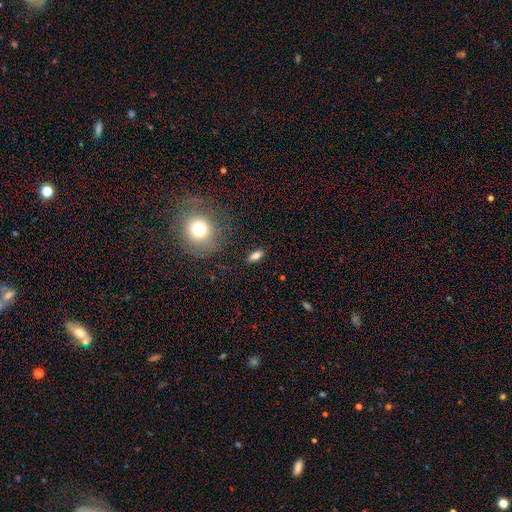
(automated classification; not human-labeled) Q: Smooth or featured?
A: smooth (79%); runner-up: star or artifact (11%)
Q: How rounded?
A: in between (74%); runner-up: cigar-shaped (18%)
Q: Merging?
A: none (87%); runner-up: minor disturbance (9%)